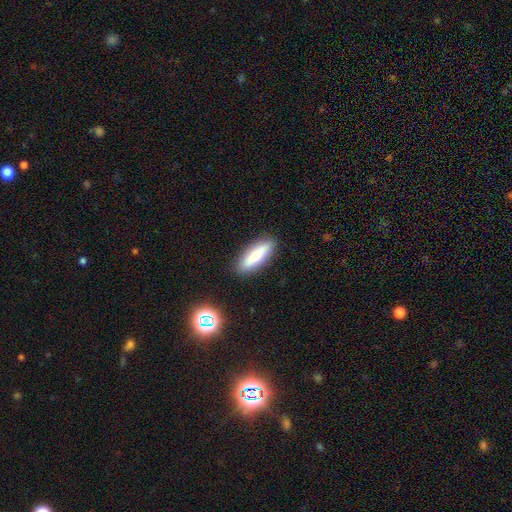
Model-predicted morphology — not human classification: A smooth galaxy with no disk features (76%) that is cigar-shaped (57%). Merging: none (88%).